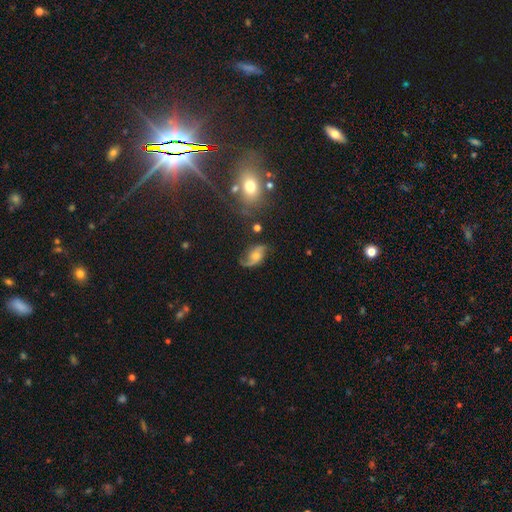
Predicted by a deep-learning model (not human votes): The model was most divided on "bulge size": moderate: 48%, small: 35%, none: 8%, large: 7%, dominant: 2%. More confident: edge-on disk — no (97%); spiral arms — yes (94%); spiral arm count — 2 (85%); smooth or featured — featured or disk (76%); bar — no (65%); merging — none (64%); spiral winding — loose (63%).